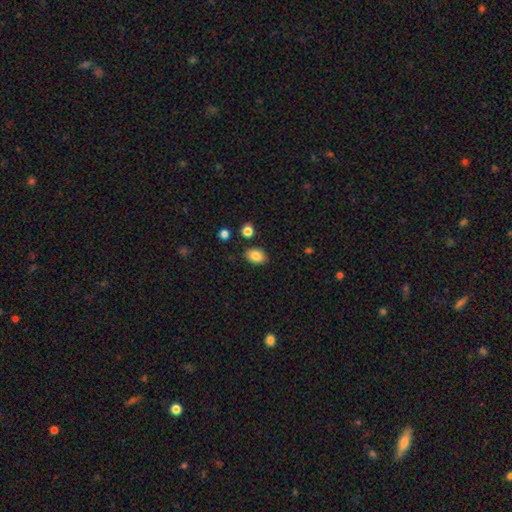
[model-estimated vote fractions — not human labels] A smooth galaxy with no disk features (85%) that is in between round and cigar-shaped (78%). Merging: none (85%).